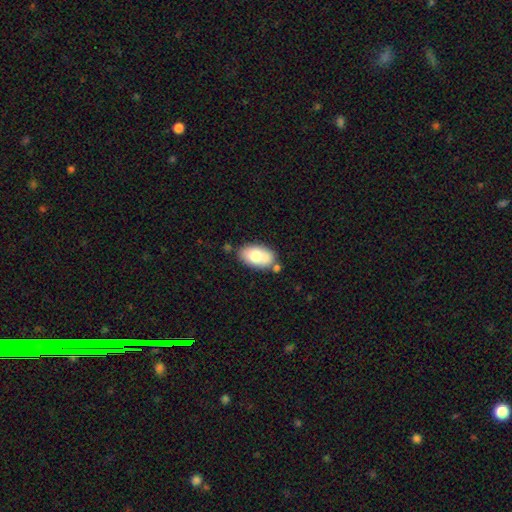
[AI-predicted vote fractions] This appears to be a smooth galaxy with no disk features (74%) that is in between round and cigar-shaped (93%). Merging: none (70%).